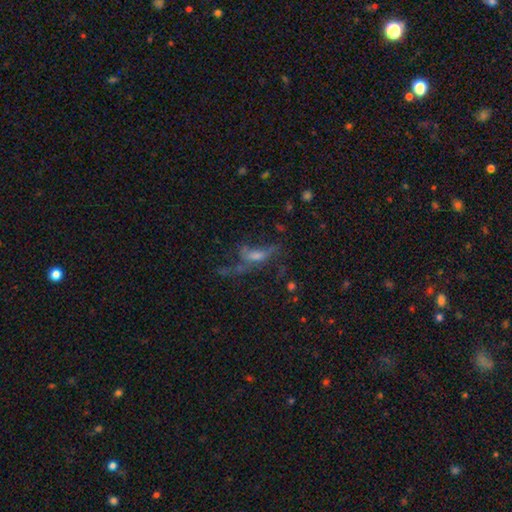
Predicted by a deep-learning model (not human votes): A featured or disk galaxy (55%).

Vote fractions:
- Smooth or featured? featured or disk: 55% / smooth: 23% / star or artifact: 21%
- Edge-on disk? no: 70% / yes: 30%
- Merging? none: 39% / major disturbance: 38% / minor disturbance: 17% / merger: 7%